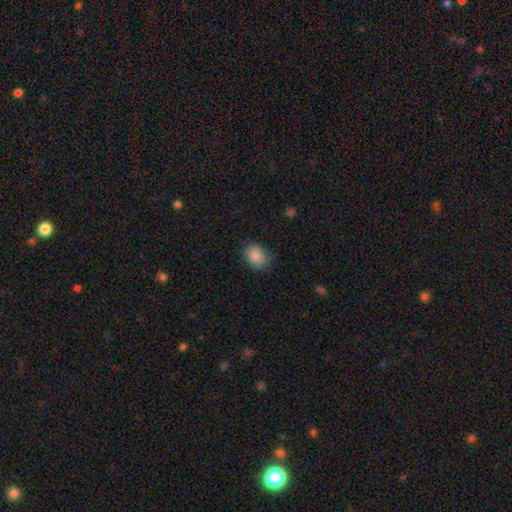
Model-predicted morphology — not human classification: smooth-or-featured: smooth: 87% | star or artifact: 8% | featured or disk: 5%
  how-rounded: in between: 63% | round: 37% | cigar-shaped: 1%
  merging: none: 76% | minor disturbance: 19% | major disturbance: 4% | merger: 1%